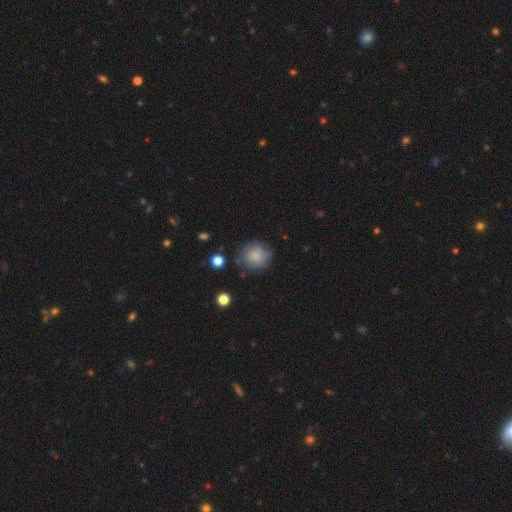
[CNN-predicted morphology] smooth 78%, featured or disk 13%, star or artifact 10%. Down the decision tree: how rounded — round (87%); merging — none (72%).